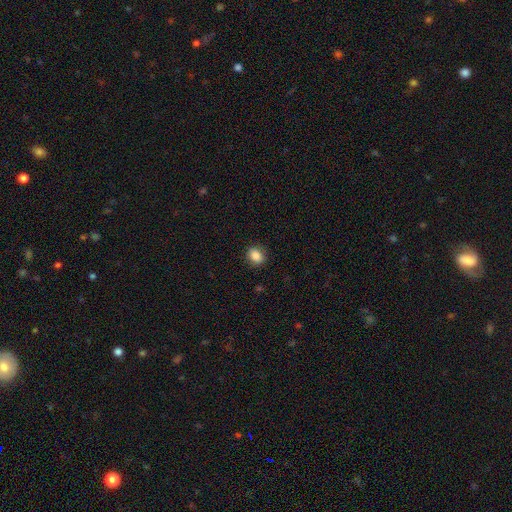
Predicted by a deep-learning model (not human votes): The model was most divided on "how rounded": round: 55%, in between: 44%, cigar-shaped: 1%. More confident: merging — none (88%); smooth or featured — smooth (86%).